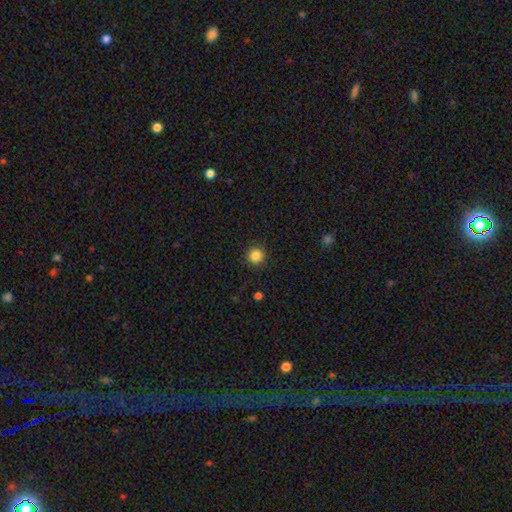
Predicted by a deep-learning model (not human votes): This appears to be a smooth galaxy with no disk features (85%) that is round (95%). Merging: none (92%).